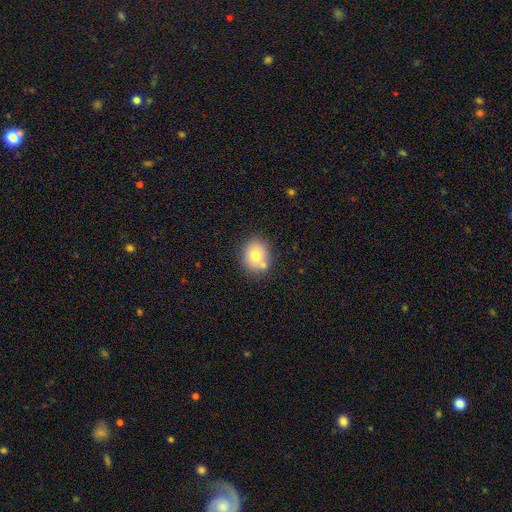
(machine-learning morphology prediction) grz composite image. It shows a smooth galaxy with no disk features (74%) that is round (68%). Merging: none (68%).